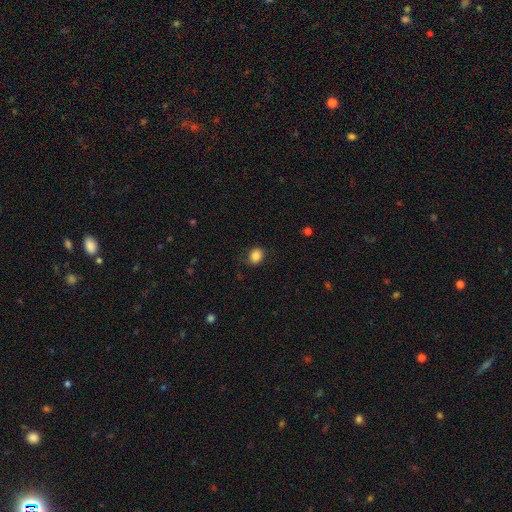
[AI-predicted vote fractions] Smooth or featured?
  - smooth: 85% *
  - star or artifact: 10%
  - featured or disk: 5%
How rounded?
  - round: 61% *
  - in between: 38%
  - cigar-shaped: 1%
Merging?
  - none: 80% *
  - minor disturbance: 15%
  - major disturbance: 4%
  - merger: 1%